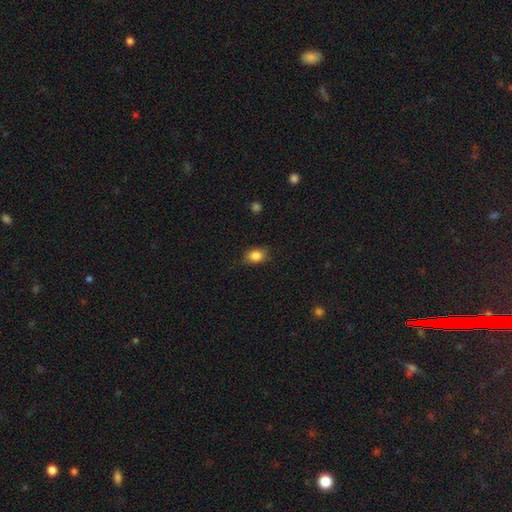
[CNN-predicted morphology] Overall: smooth (85%). How rounded: in between (66%; round 33%). Merging: none (79%).